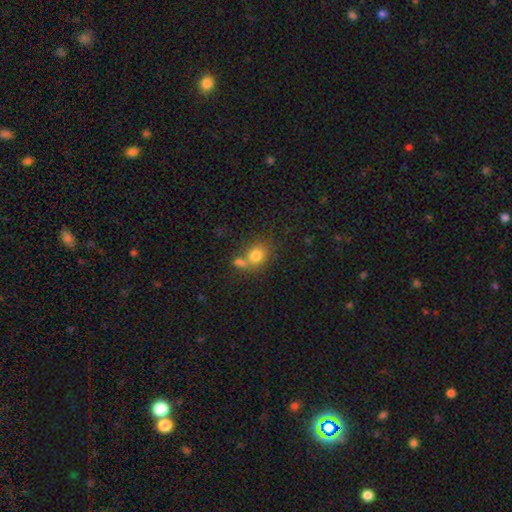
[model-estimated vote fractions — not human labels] This appears to be a smooth galaxy with no disk features (78%) that is round (63%). Merging: none (47%).